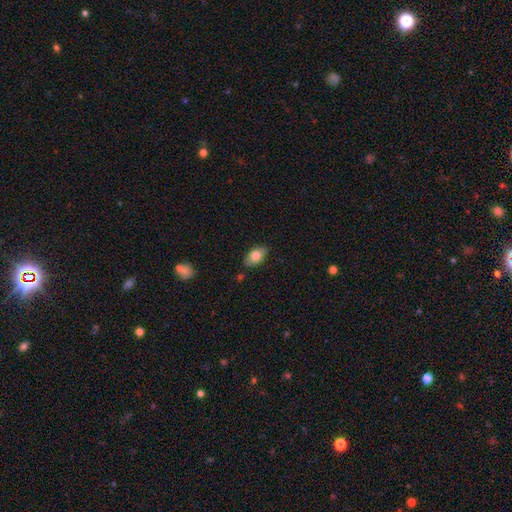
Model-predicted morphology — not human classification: This appears to be a smooth galaxy with no disk features (79%) that is in between round and cigar-shaped (90%). Merging: none (82%).